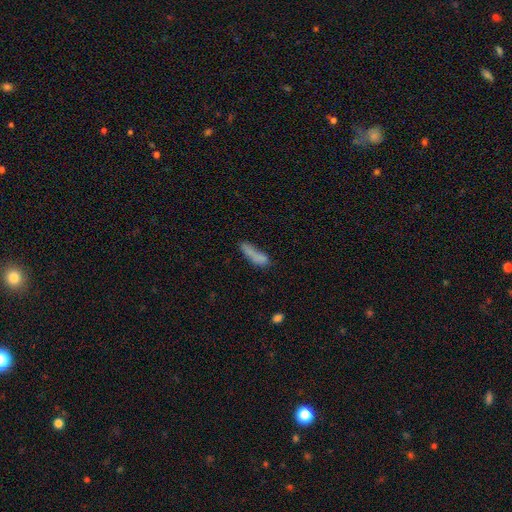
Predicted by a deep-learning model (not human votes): smooth_or_featured: smooth (p=0.75) [alt: featured or disk p=0.16]
how_rounded: cigar-shaped (p=0.63) [alt: in between p=0.34]
merging: none (p=0.45) [alt: minor disturbance p=0.23]